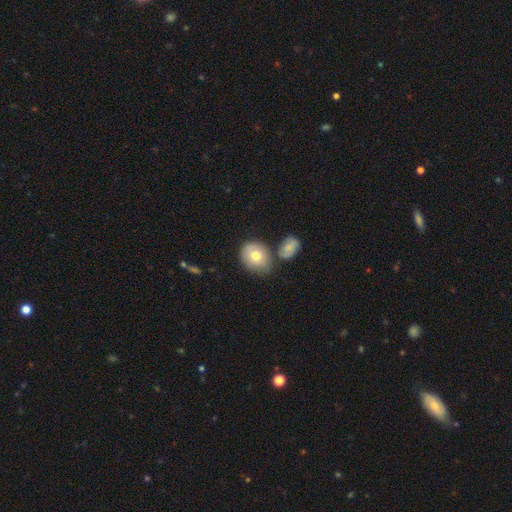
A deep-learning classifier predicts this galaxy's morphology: smooth_or_featured: smooth (p=0.75) [alt: featured or disk p=0.18]
how_rounded: round (p=0.52) [alt: in between p=0.47]
merging: none (p=0.58) [alt: merger p=0.19]